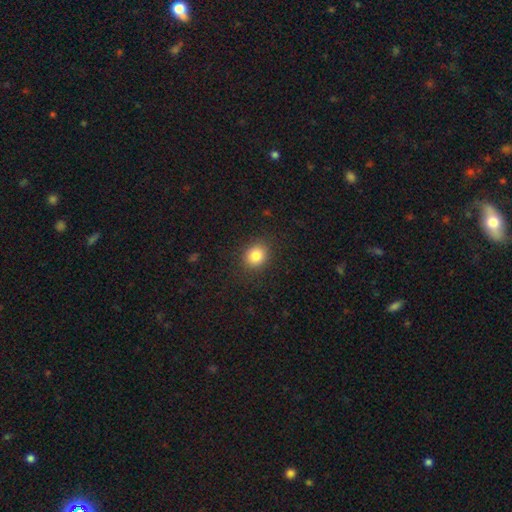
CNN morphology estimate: A smooth galaxy with no disk features (84%) that is round (70%). Merging: none (87%).